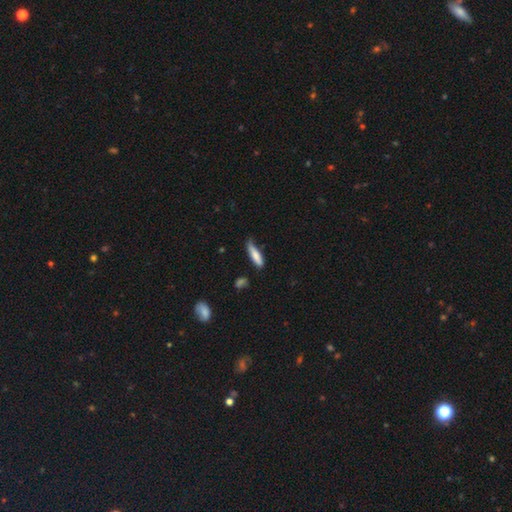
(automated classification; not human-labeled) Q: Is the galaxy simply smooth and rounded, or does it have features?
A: smooth — 76%.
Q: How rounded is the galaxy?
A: cigar-shaped — 71%.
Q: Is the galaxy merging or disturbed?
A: none — 56%.